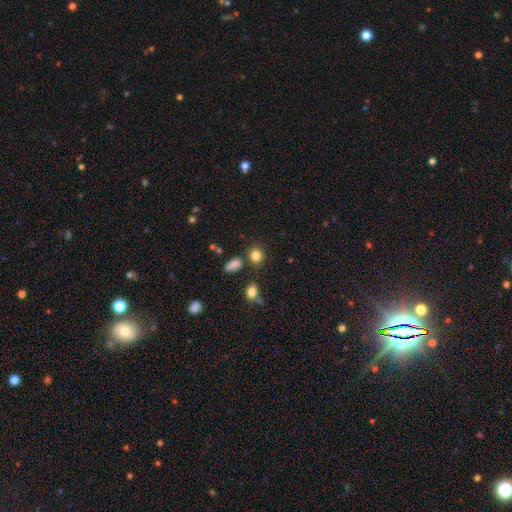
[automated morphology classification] Smooth or featured? smooth (83%)
How rounded? round (76%)
Merging? none (75%)